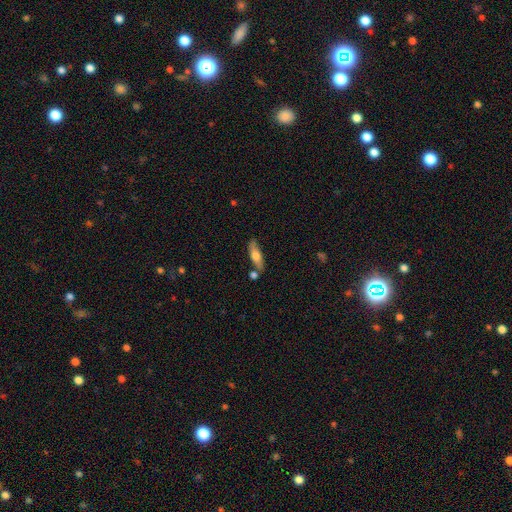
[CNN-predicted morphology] Q: Smooth or featured?
A: smooth (60%); runner-up: featured or disk (34%)
Q: How rounded?
A: in between (50%); runner-up: cigar-shaped (47%)
Q: Merging?
A: none (72%); runner-up: minor disturbance (15%)